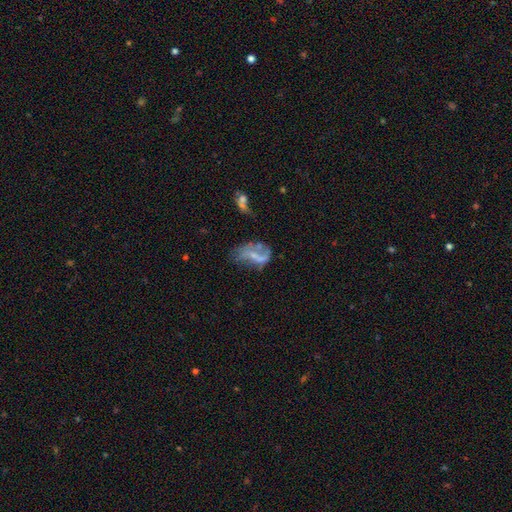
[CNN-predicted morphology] smooth-or-featured: featured or disk: 61% | smooth: 28% | star or artifact: 11%
  disk-edge-on: no: 96% | yes: 4%
    bar: no: 51% | weak: 35% | strong: 15%
    has-spiral-arms: yes: 51% | no: 49%
    bulge-size: small: 42% | none: 39% | moderate: 17% | large: 2% | dominant: 1%
  merging: major disturbance: 35% | none: 29% | minor disturbance: 22% | merger: 14%